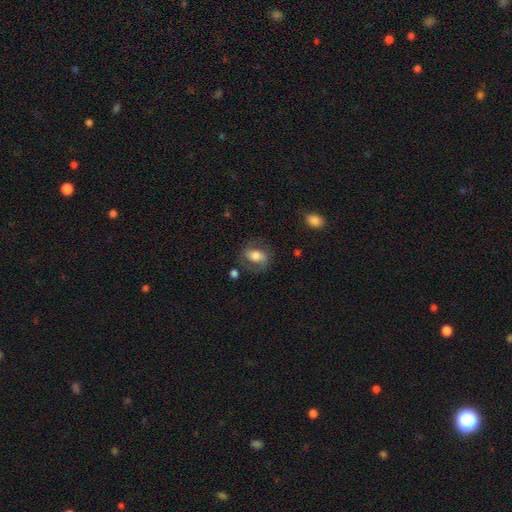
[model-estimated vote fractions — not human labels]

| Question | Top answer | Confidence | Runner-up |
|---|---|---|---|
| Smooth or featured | smooth | 51% | featured or disk (41%) |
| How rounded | in between | 75% | round (22%) |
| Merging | none | 65% | minor disturbance (19%) |